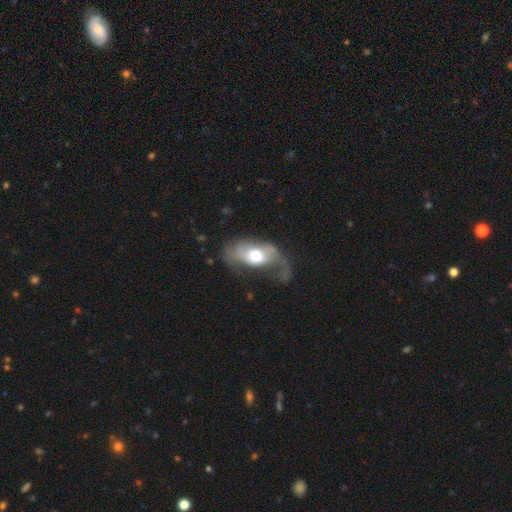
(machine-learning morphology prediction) featured or disk 56%, smooth 37%, star or artifact 7%. Down the decision tree: edge-on disk — no (93%); bar — no (70%); spiral arms — yes (66%); bulge size — moderate (63%); merging — major disturbance (48%).